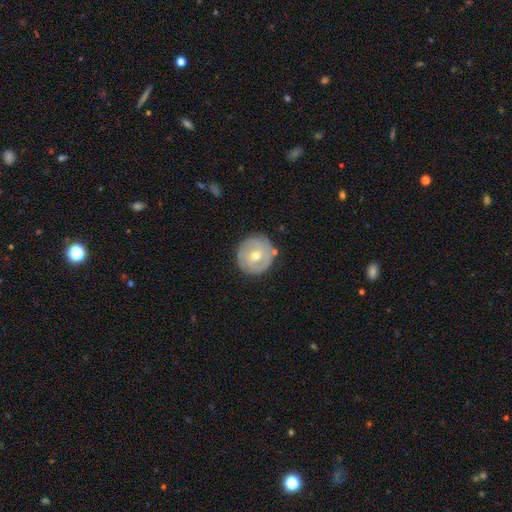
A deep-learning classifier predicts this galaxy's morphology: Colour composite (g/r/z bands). It shows a featured or disk galaxy (51%). Merging: none (82%).